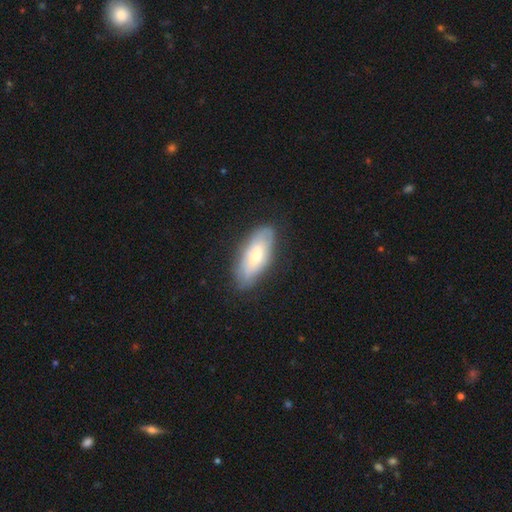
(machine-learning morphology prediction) Smooth or featured? Predicted: smooth (p=0.61). How rounded? Predicted: in between (p=0.79). Merging? Predicted: none (p=0.77).